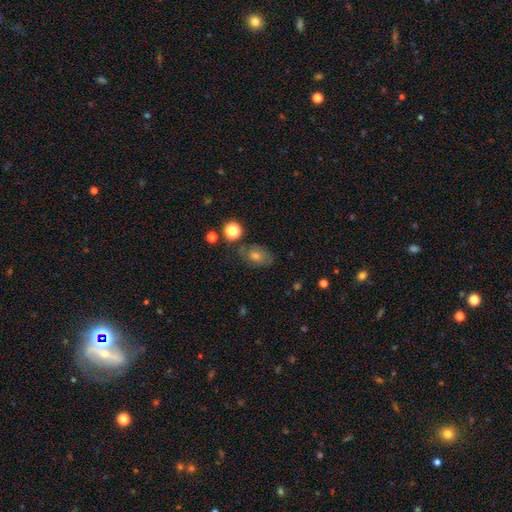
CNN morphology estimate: Smooth or featured? Predicted: smooth (p=0.46). Merging? Predicted: none (p=0.72).